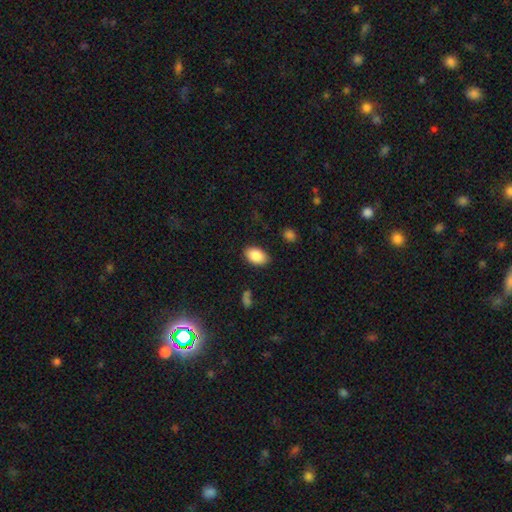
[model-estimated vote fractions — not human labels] A smooth galaxy with no disk features (87%) that is in between round and cigar-shaped (90%). Merging: none (85%).